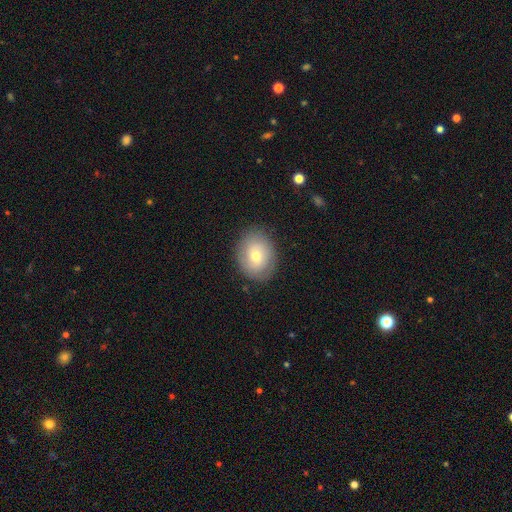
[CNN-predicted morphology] This is likely a smooth galaxy (65%). How rounded: possibly round (51%). Merging: clearly none (83%).